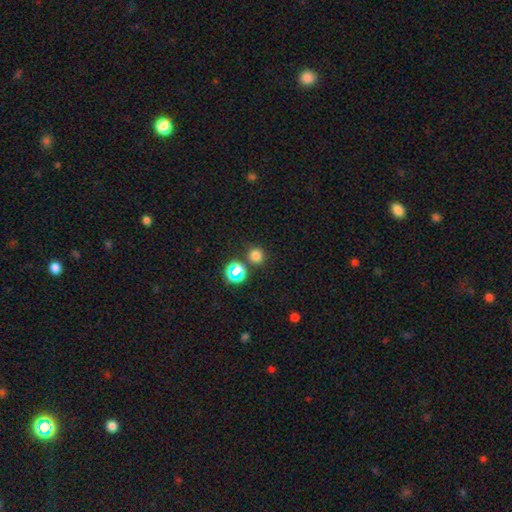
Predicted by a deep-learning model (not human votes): A smooth galaxy with no disk features (74%) that is round (92%).

Vote fractions:
- Smooth or featured? smooth: 74% / star or artifact: 21% / featured or disk: 5%
- How rounded? round: 92% / in between: 7% / cigar-shaped: 1%
- Merging? none: 80% / merger: 9% / minor disturbance: 7% / major disturbance: 3%